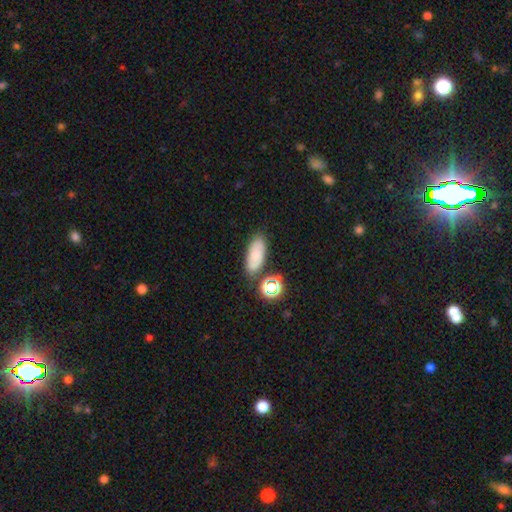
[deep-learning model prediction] A smooth galaxy with no disk features (73%) that is in between round and cigar-shaped (82%). Merging: none (74%).